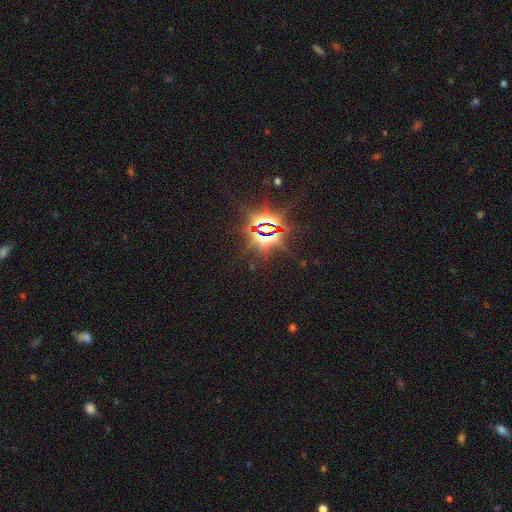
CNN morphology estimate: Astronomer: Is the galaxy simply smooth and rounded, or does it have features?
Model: star or artifact — 86%.